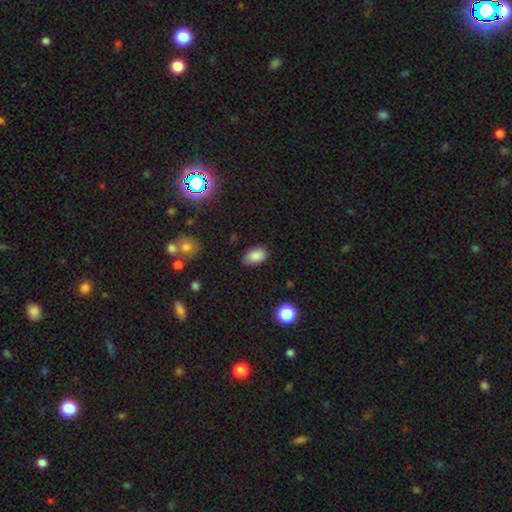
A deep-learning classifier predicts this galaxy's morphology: A smooth galaxy with no disk features (86%) that is in between round and cigar-shaped (88%).

Vote fractions:
- Smooth or featured? smooth: 86% / star or artifact: 9% / featured or disk: 5%
- How rounded? in between: 88% / round: 10% / cigar-shaped: 1%
- Merging? none: 77% / minor disturbance: 18% / major disturbance: 3% / merger: 1%